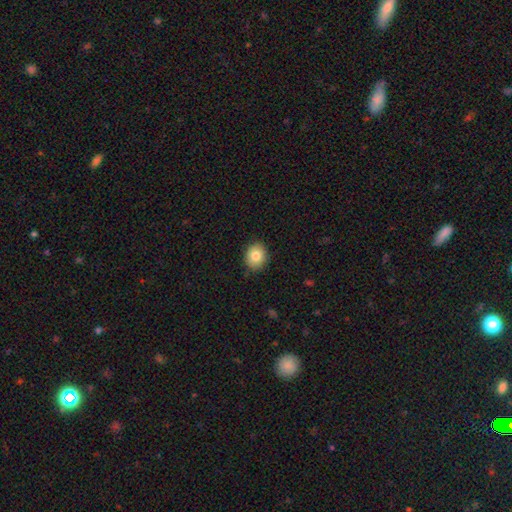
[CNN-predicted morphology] smooth_or_featured: smooth (p=0.83) [alt: star or artifact p=0.09]
how_rounded: round (p=0.62) [alt: in between p=0.37]
merging: none (p=0.88) [alt: minor disturbance p=0.09]